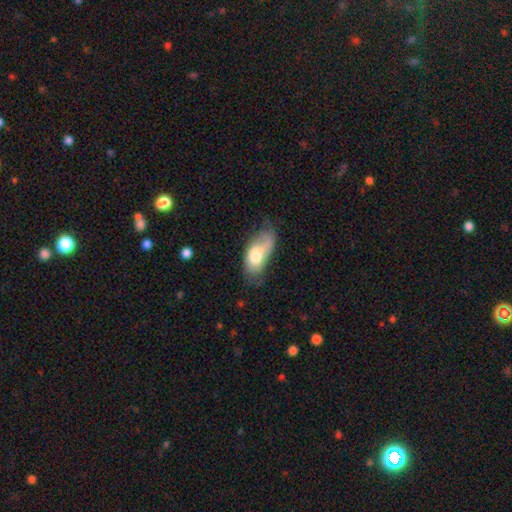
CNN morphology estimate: type=smooth (64%); roundness=in between (90%); merging=none (35%).